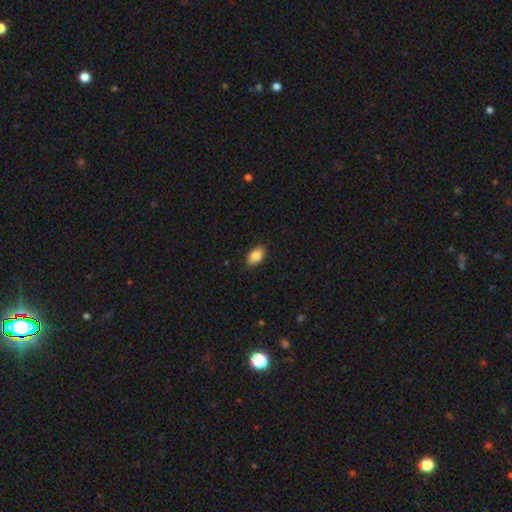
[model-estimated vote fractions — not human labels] Smooth or featured? smooth (87%)
How rounded? in between (92%)
Merging? none (88%)